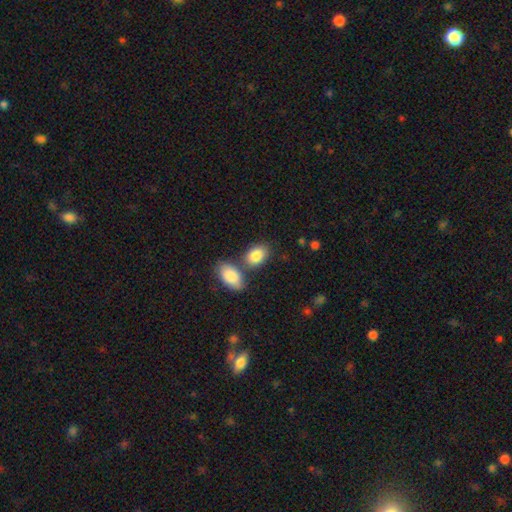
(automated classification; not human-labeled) Smooth or featured: smooth — 86% (featured or disk — 7%)
How rounded: in between — 86% (round — 12%)
Merging: none — 54% (merger — 30%)